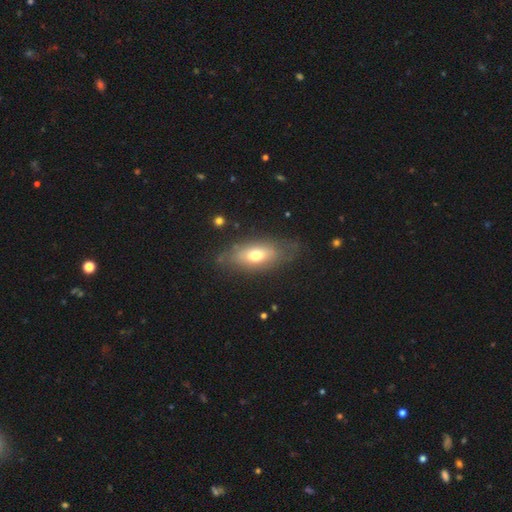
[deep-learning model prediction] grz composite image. It shows a smooth galaxy with no disk features (58%) that is in between round and cigar-shaped (82%). Merging: none (69%).